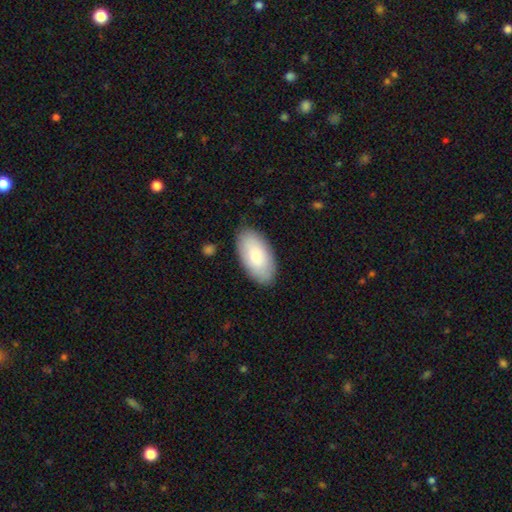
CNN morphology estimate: A smooth galaxy with no disk features (79%) that is in between round and cigar-shaped (96%).

Vote fractions:
- Smooth or featured? smooth: 79% / featured or disk: 16% / star or artifact: 6%
- How rounded? in between: 96% / round: 2% / cigar-shaped: 2%
- Merging? none: 87% / minor disturbance: 10% / major disturbance: 2% / merger: 1%